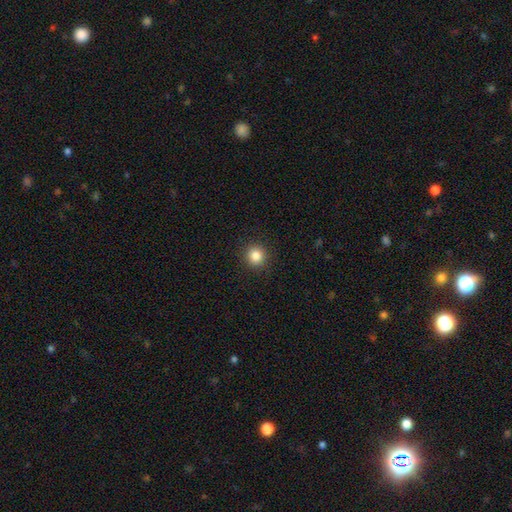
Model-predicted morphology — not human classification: smooth_or_featured: smooth (p=0.85) [alt: star or artifact p=0.11]
how_rounded: round (p=0.92) [alt: in between p=0.07]
merging: none (p=0.92) [alt: minor disturbance p=0.05]